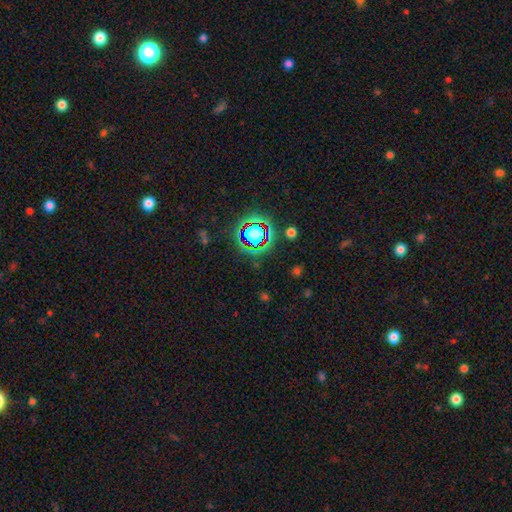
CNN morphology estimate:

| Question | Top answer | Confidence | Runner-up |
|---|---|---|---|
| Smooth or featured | star or artifact | 78% | smooth (13%) |